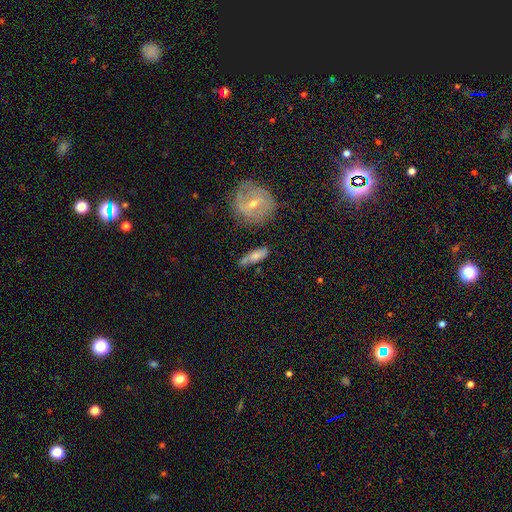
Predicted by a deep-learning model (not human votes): The model was most divided on "how rounded": cigar-shaped: 52%, in between: 44%, round: 4%. More confident: merging — none (66%); smooth or featured — smooth (63%).